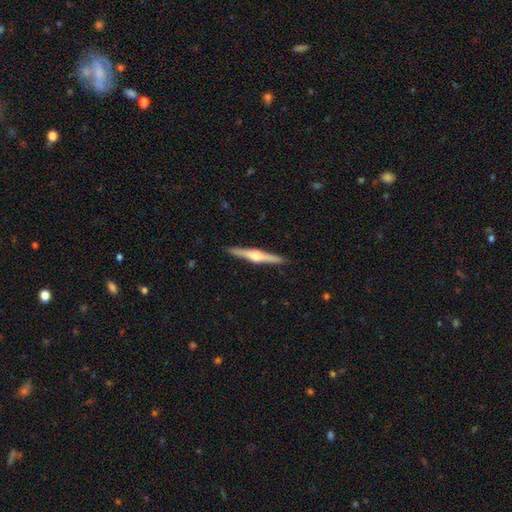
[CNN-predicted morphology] Smooth or featured? Predicted: featured or disk (p=0.74). Edge-on disk? Predicted: yes (p=0.98). Edge-on bulge? Predicted: rounded (p=0.87). Merging? Predicted: none (p=0.91).